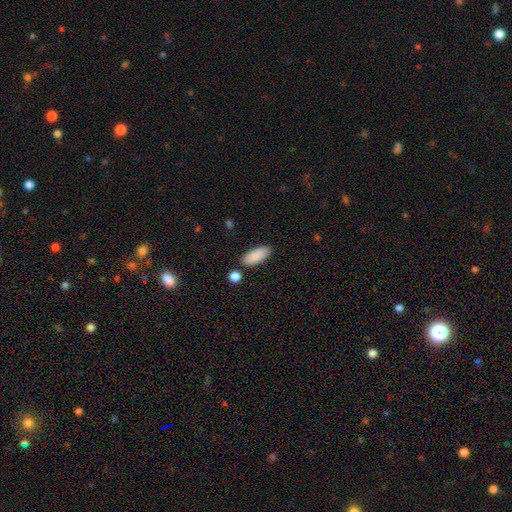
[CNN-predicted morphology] Smooth or featured?
  - smooth: 89% *
  - star or artifact: 6%
  - featured or disk: 5%
How rounded?
  - in between: 84% *
  - cigar-shaped: 14%
  - round: 2%
Merging?
  - none: 82% *
  - minor disturbance: 10%
  - merger: 5%
  - major disturbance: 2%